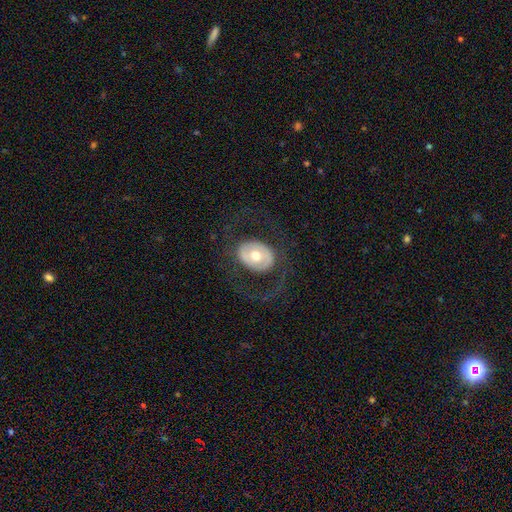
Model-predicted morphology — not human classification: The model was most divided on "smooth or featured": featured or disk: 56%, smooth: 39%, star or artifact: 6%. More confident: edge-on disk — no (93%); bulge size — moderate (74%); bar — no (70%); merging — none (69%); spiral arms — no (65%).